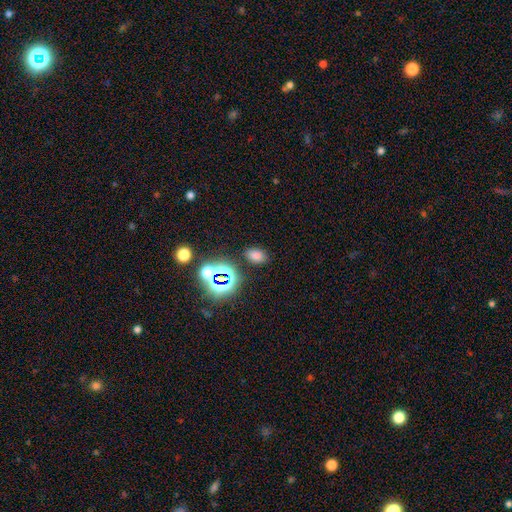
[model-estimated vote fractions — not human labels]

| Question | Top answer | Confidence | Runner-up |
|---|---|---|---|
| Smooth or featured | smooth | 70% | star or artifact (24%) |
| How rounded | in between | 80% | round (18%) |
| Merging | none | 83% | minor disturbance (9%) |